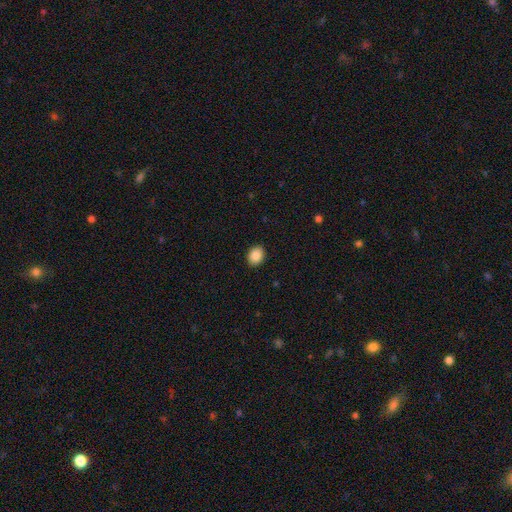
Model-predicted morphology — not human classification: type=smooth (87%); roundness=in between (50%); merging=none (91%).